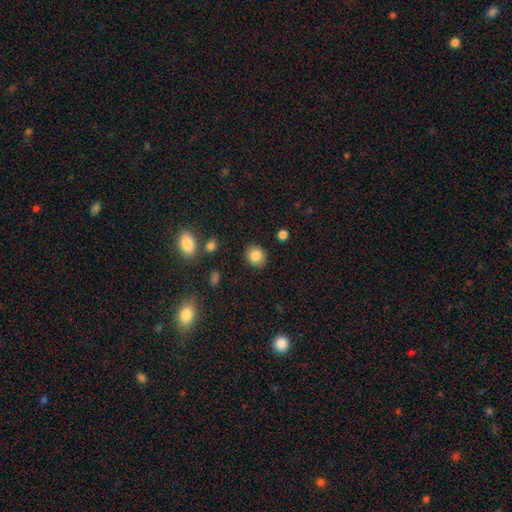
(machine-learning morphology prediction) Smooth or featured? Predicted: smooth (p=0.85). How rounded? Predicted: round (p=0.72). Merging? Predicted: none (p=0.88).